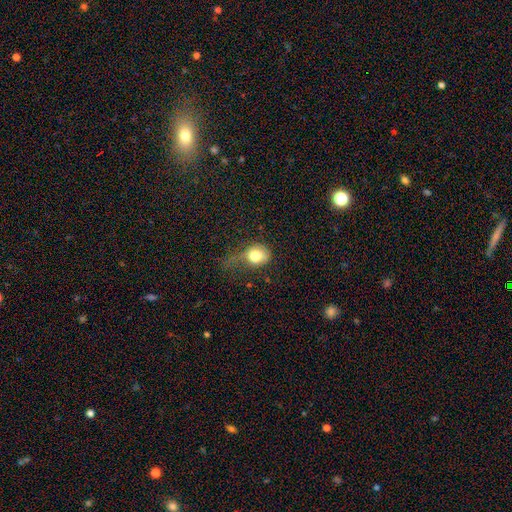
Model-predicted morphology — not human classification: This appears to be a smooth galaxy with no disk features (78%) that is round (61%). Merging: major disturbance (35%).